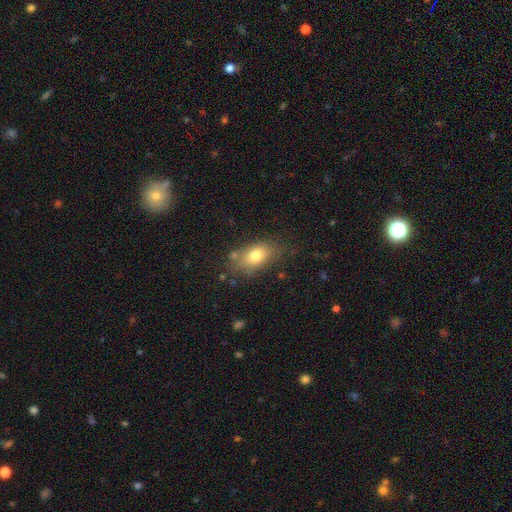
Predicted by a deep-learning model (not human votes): Q: Smooth or featured?
A: smooth (76%); runner-up: featured or disk (14%)
Q: How rounded?
A: in between (85%); runner-up: round (11%)
Q: Merging?
A: none (72%); runner-up: minor disturbance (18%)